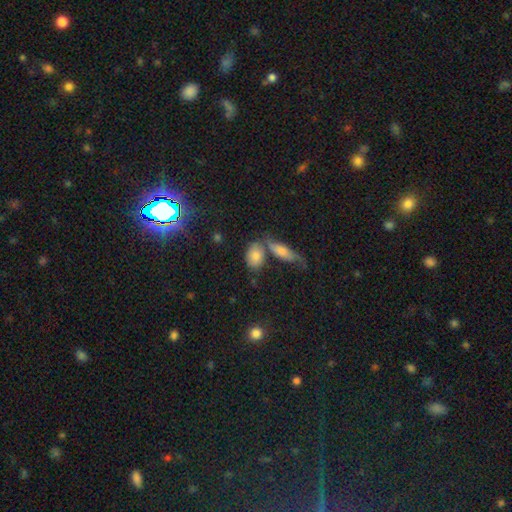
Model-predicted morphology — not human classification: Smooth or featured? smooth (79%)
How rounded? in between (76%)
Merging? none (55%)